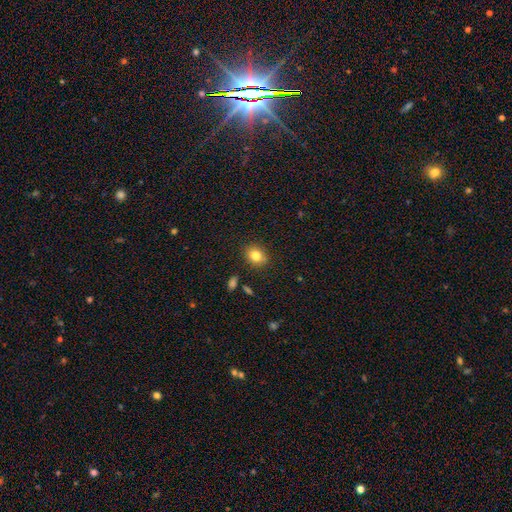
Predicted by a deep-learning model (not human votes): smooth 82%, star or artifact 10%, featured or disk 8%. Down the decision tree: how rounded — round (59%); merging — none (87%).